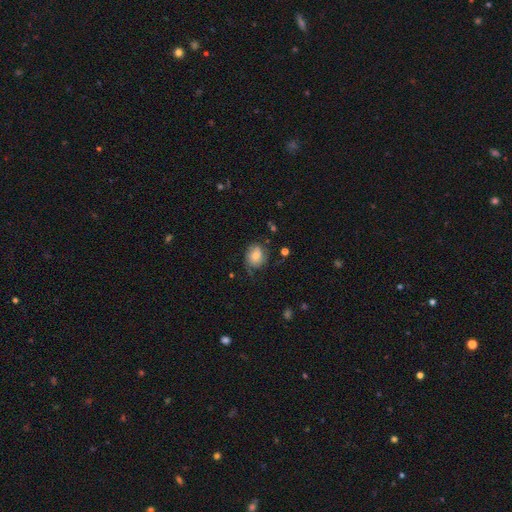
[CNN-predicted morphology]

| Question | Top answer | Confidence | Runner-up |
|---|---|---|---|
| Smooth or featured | smooth | 60% | featured or disk (31%) |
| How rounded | round | 51% | in between (48%) |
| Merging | none | 57% | minor disturbance (27%) |